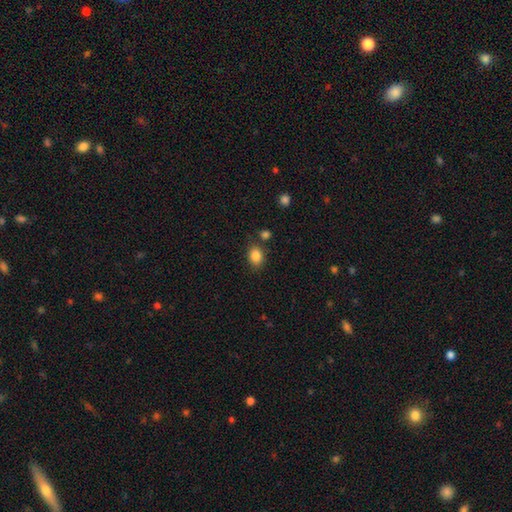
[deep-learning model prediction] This appears to be a smooth galaxy with no disk features (86%) that is in between round and cigar-shaped (61%). Merging: none (77%).